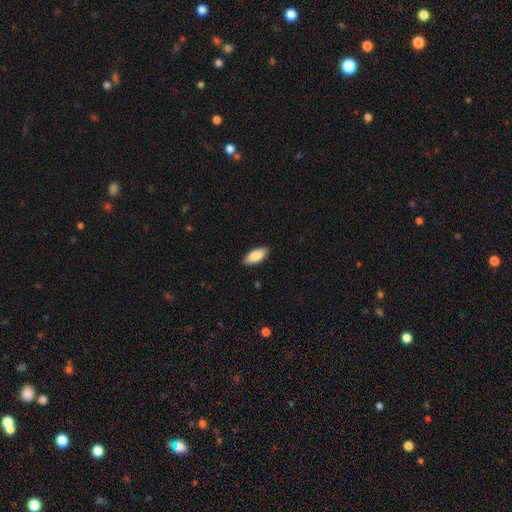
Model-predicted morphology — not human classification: Smooth or featured? smooth (86%)
How rounded? in between (86%)
Merging? none (88%)